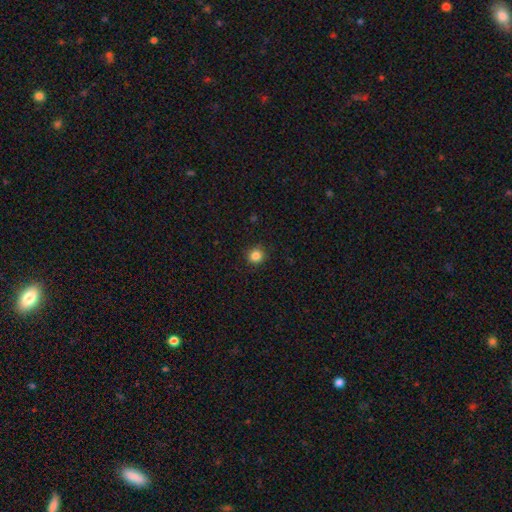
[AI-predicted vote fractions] Overall: smooth (85%). How rounded: round (91%). Merging: none (90%).